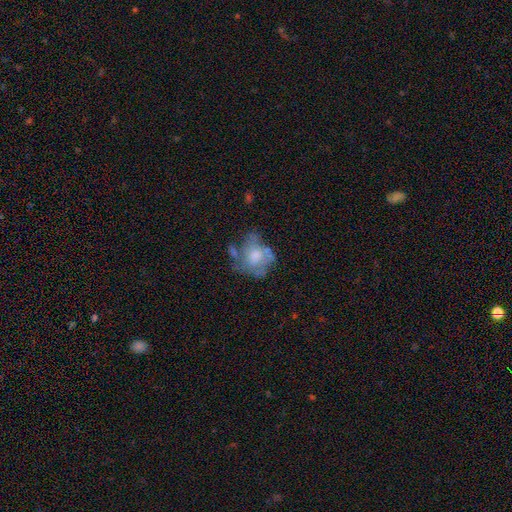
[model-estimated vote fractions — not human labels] Smooth or featured?
  - smooth: 47% *
  - featured or disk: 43%
  - star or artifact: 10%
Merging?
  - none: 35% *
  - major disturbance: 27%
  - minor disturbance: 25%
  - merger: 13%